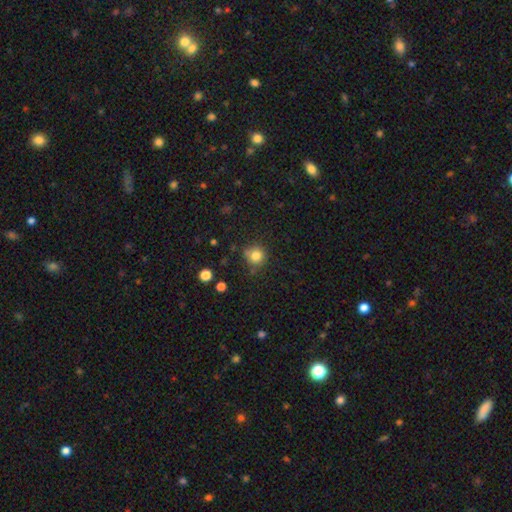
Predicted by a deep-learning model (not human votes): smooth-or-featured: smooth: 81% | star or artifact: 13% | featured or disk: 7%
  how-rounded: round: 88% | in between: 11% | cigar-shaped: 1%
  merging: none: 72% | minor disturbance: 18% | merger: 5% | major disturbance: 5%